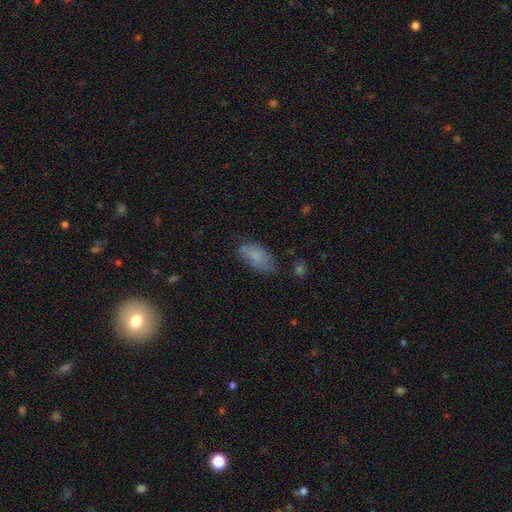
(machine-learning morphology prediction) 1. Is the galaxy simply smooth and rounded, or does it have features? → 77% smooth, 14% featured or disk, 9% star or artifact.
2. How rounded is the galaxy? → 88% in between, 9% cigar-shaped, 3% round.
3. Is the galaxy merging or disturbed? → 59% none, 26% minor disturbance, 9% major disturbance, 6% merger.